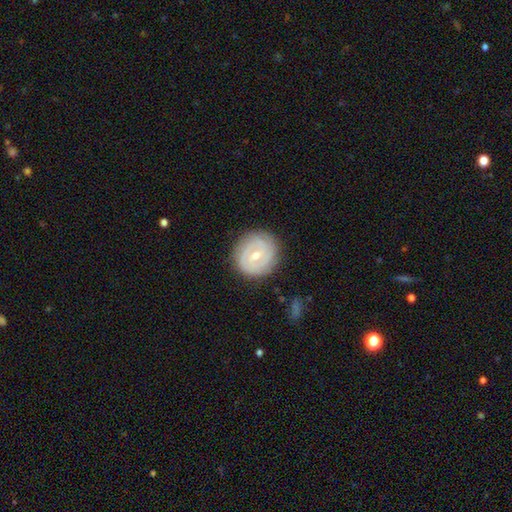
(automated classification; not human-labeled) This appears to be a featured or disk galaxy (74%) with a weak bar (48%), 2 (52%) tight (73%) spiral arms (83%) and a small central bulge (53%). Merging: none (85%).